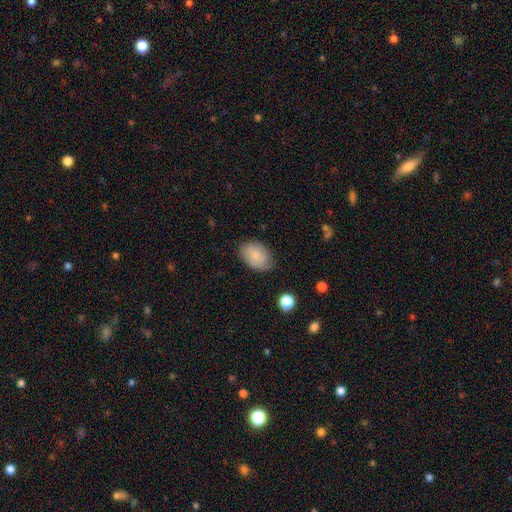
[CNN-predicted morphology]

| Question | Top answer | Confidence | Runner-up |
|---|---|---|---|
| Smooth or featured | smooth | 78% | featured or disk (15%) |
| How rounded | in between | 86% | round (13%) |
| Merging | none | 75% | minor disturbance (20%) |